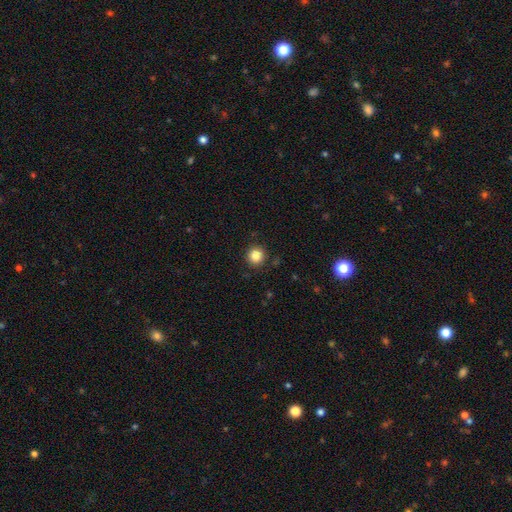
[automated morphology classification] A smooth galaxy with no disk features (85%) that is round (93%).

Vote fractions:
- Smooth or featured? smooth: 85% / star or artifact: 11% / featured or disk: 4%
- How rounded? round: 93% / in between: 6% / cigar-shaped: 1%
- Merging? none: 90% / minor disturbance: 6% / major disturbance: 2% / merger: 1%